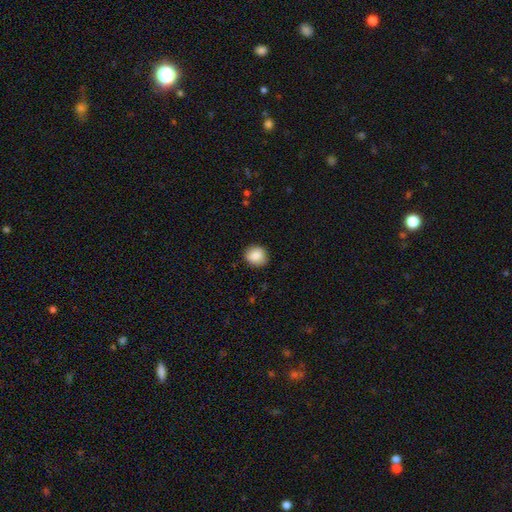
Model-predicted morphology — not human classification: smooth_or_featured: smooth (p=0.87) [alt: star or artifact p=0.08]
how_rounded: round (p=0.80) [alt: in between p=0.19]
merging: none (p=0.87) [alt: minor disturbance p=0.10]